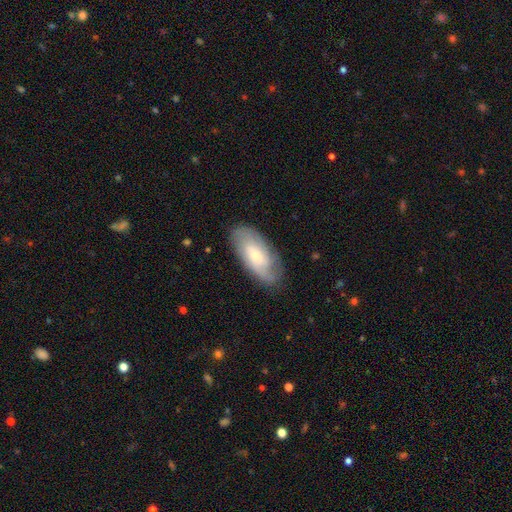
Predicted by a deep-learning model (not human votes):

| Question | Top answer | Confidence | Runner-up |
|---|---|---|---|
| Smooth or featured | featured or disk | 54% | smooth (39%) |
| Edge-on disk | no | 90% | yes (10%) |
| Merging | none | 79% | minor disturbance (15%) |